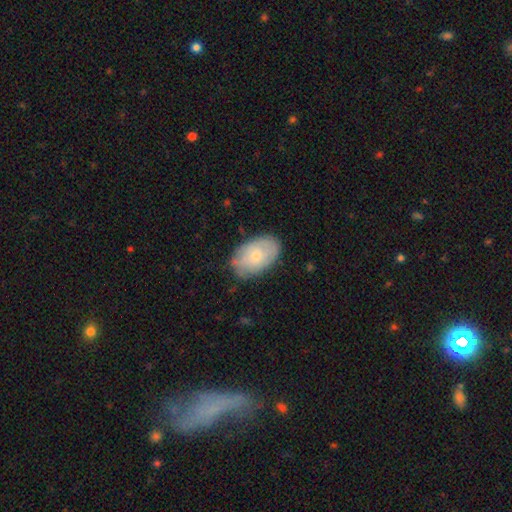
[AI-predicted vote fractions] smooth_or_featured: smooth (p=0.63) [alt: featured or disk p=0.31]
how_rounded: in between (p=0.91) [alt: round p=0.08]
merging: none (p=0.77) [alt: minor disturbance p=0.19]